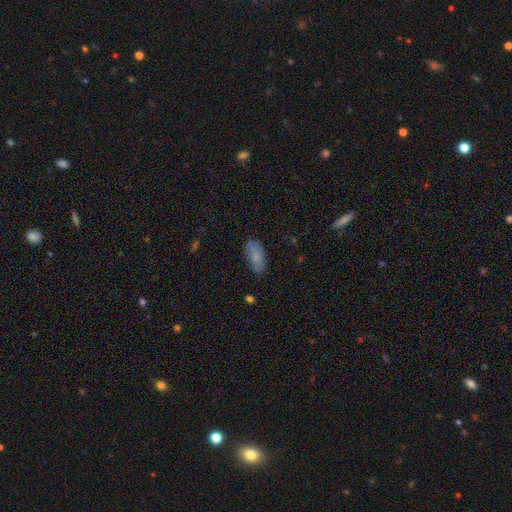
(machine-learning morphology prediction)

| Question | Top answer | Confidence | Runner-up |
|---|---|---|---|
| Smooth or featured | smooth | 81% | featured or disk (12%) |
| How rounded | in between | 87% | cigar-shaped (11%) |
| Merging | none | 78% | minor disturbance (17%) |